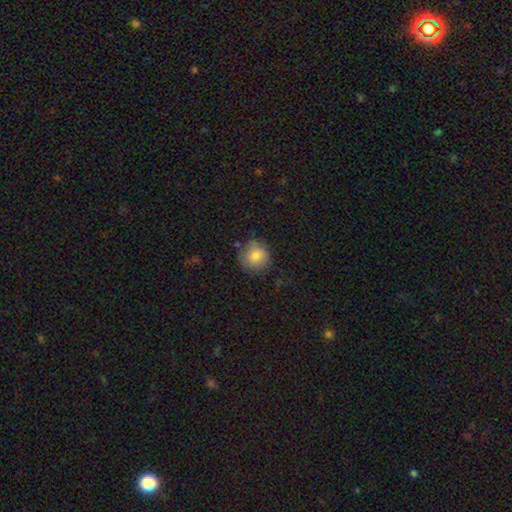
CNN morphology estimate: Q: Smooth or featured?
A: smooth (81%); runner-up: featured or disk (10%)
Q: How rounded?
A: round (88%); runner-up: in between (11%)
Q: Merging?
A: none (71%); runner-up: minor disturbance (20%)